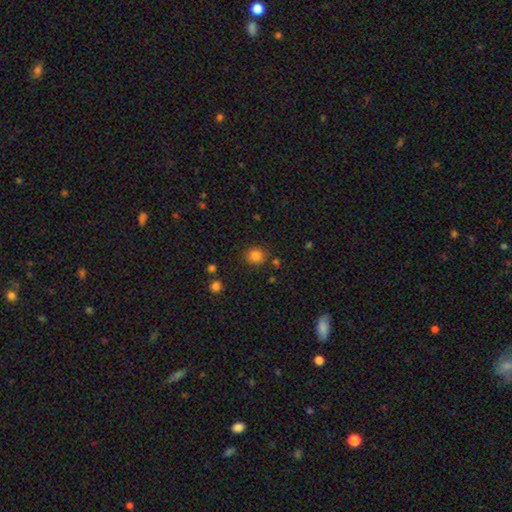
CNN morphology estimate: Smooth or featured?
  - smooth: 83% *
  - star or artifact: 12%
  - featured or disk: 5%
How rounded?
  - round: 85% *
  - in between: 14%
  - cigar-shaped: 1%
Merging?
  - none: 83% *
  - minor disturbance: 10%
  - merger: 4%
  - major disturbance: 3%